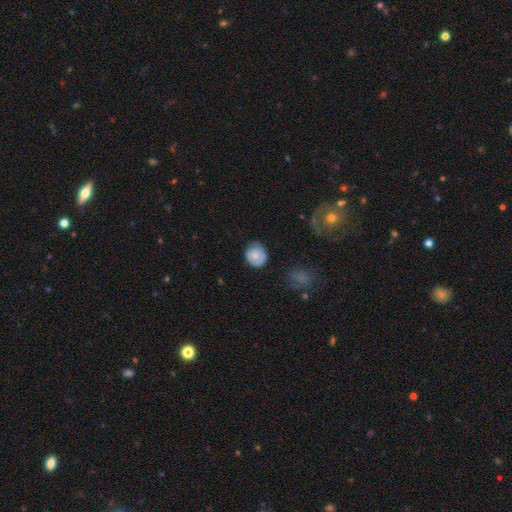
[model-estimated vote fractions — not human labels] Overall: smooth (73%). How rounded: round (80%). Merging: none (63%; minor disturbance 29%).